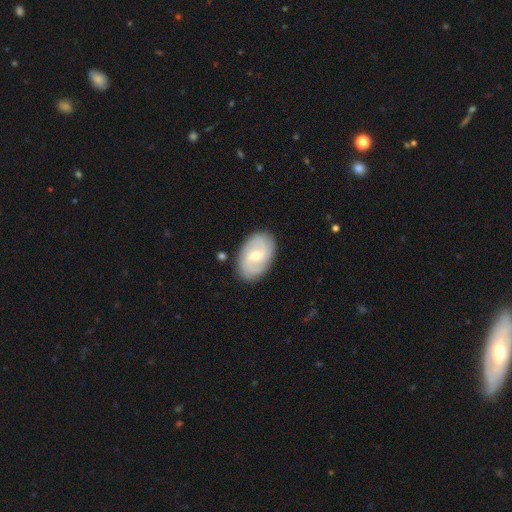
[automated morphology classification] Smooth or featured?
  - featured or disk: 64% *
  - smooth: 30%
  - star or artifact: 6%
Edge-on disk?
  - no: 95% *
  - yes: 5%
Bar?
  - weak: 52% *
  - no: 34%
  - strong: 14%
Spiral arms?
  - yes: 79% *
  - no: 21%
Bulge size?
  - moderate: 58% *
  - small: 39%
  - large: 2%
  - none: 1%
  - dominant: 1%
Merging?
  - none: 86% *
  - minor disturbance: 10%
  - major disturbance: 3%
  - merger: 1%